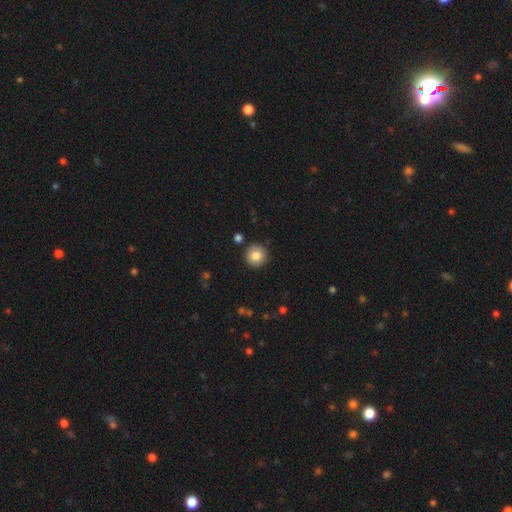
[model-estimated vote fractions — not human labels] Q: Smooth or featured?
A: smooth (82%); runner-up: star or artifact (9%)
Q: How rounded?
A: round (96%); runner-up: in between (3%)
Q: Merging?
A: none (91%); runner-up: minor disturbance (5%)